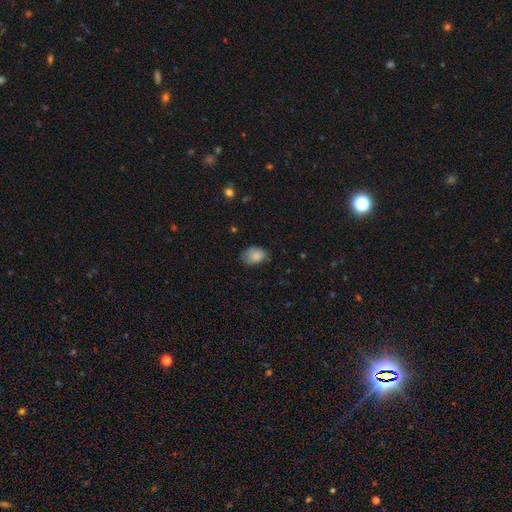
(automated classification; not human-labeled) The model was most divided on "merging": none: 58%, minor disturbance: 33%, major disturbance: 8%, merger: 1%. More confident: smooth or featured — smooth (82%); how rounded — in between (77%).